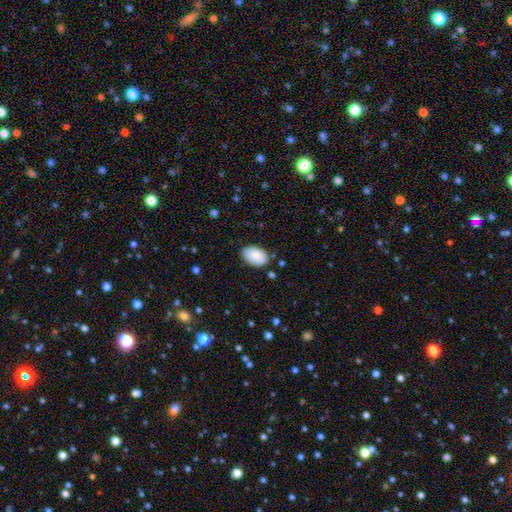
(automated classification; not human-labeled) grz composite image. It shows a smooth galaxy with no disk features (89%) that is in between round and cigar-shaped (90%). Merging: none (83%).